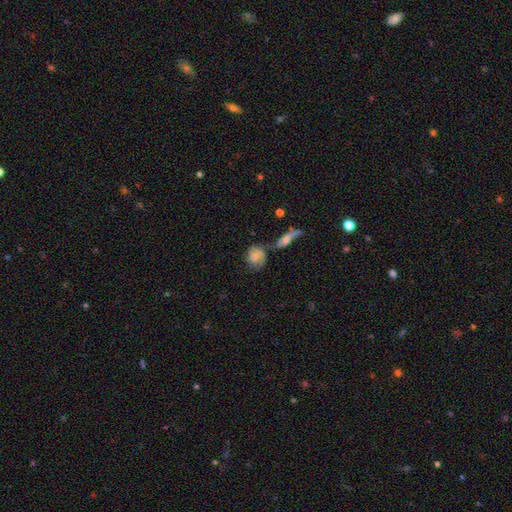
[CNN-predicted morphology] This is possibly a smooth galaxy (52%). How rounded: possibly round (54%). Merging: marginally none (41%).